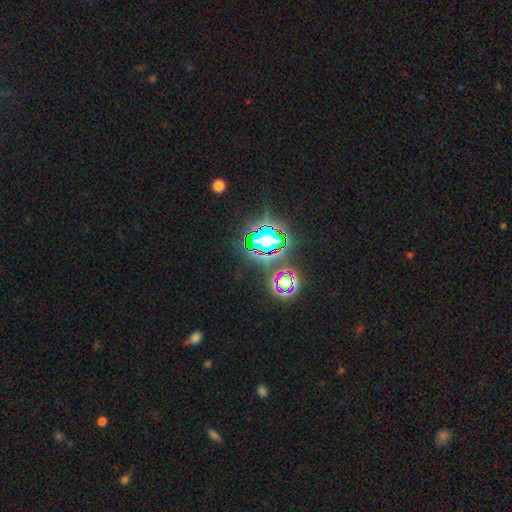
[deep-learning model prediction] The model was most divided on "smooth or featured": star or artifact: 78%, smooth: 13%, featured or disk: 9%.